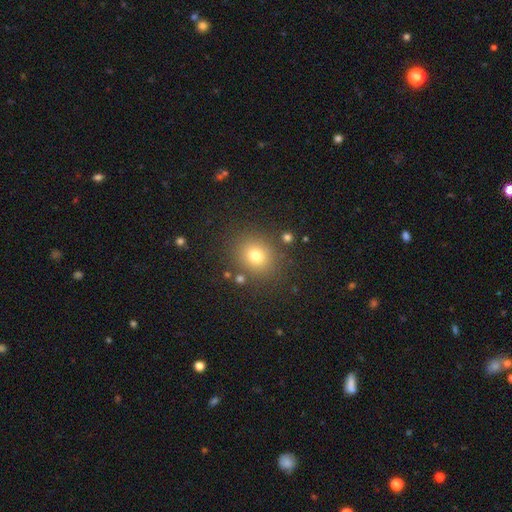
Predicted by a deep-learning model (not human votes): smooth-or-featured: smooth: 75% | star or artifact: 16% | featured or disk: 9%
  how-rounded: round: 75% | in between: 24% | cigar-shaped: 1%
  merging: none: 84% | minor disturbance: 9% | major disturbance: 4% | merger: 3%